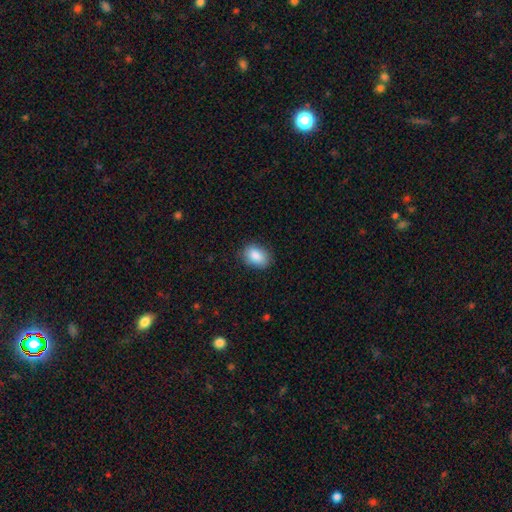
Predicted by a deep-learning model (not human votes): This is clearly a smooth galaxy (88%). How rounded: clearly in between (82%). Merging: clearly none (83%).